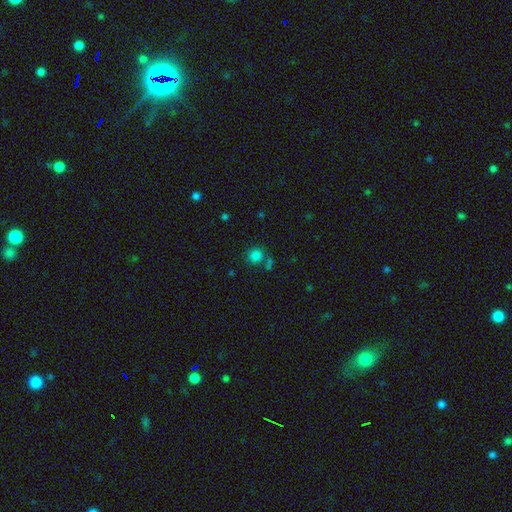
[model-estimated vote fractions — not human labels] A smooth galaxy with no disk features (81%) that is round (86%).

Vote fractions:
- Smooth or featured? smooth: 81% / star or artifact: 14% / featured or disk: 5%
- How rounded? round: 86% / in between: 13% / cigar-shaped: 1%
- Merging? none: 70% / merger: 15% / minor disturbance: 11% / major disturbance: 4%